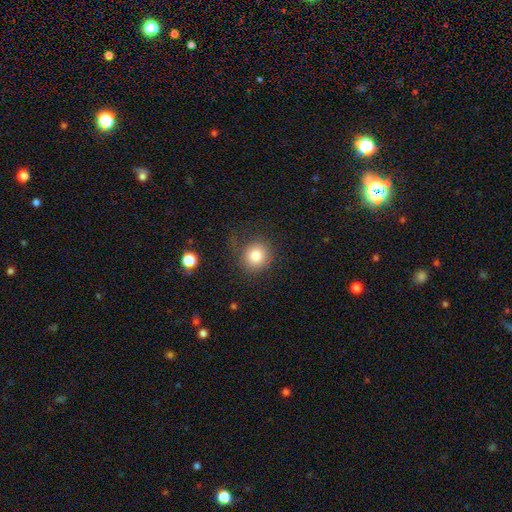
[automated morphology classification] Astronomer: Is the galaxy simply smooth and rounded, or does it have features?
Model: smooth — 81%.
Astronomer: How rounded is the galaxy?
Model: round — 87%.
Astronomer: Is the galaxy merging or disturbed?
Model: none — 78%.